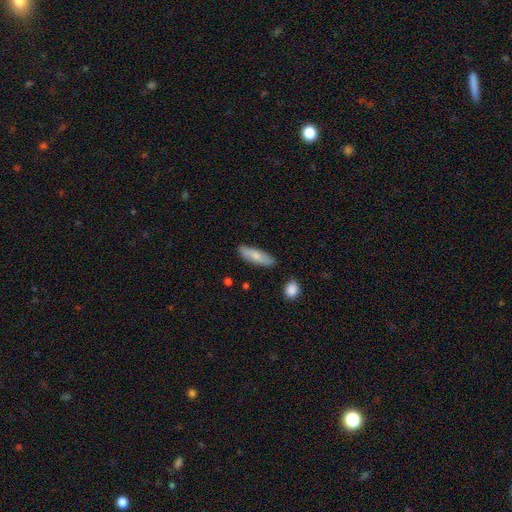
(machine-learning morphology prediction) smooth 73%, featured or disk 21%, star or artifact 6%. Down the decision tree: how rounded — in between (49%, tied with cigar-shaped); merging — none (81%).